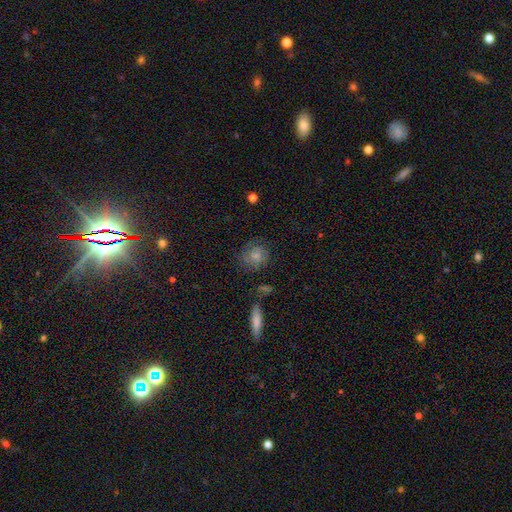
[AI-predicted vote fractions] Overall: smooth (49%; featured or disk 41%). Merging: none (67%).